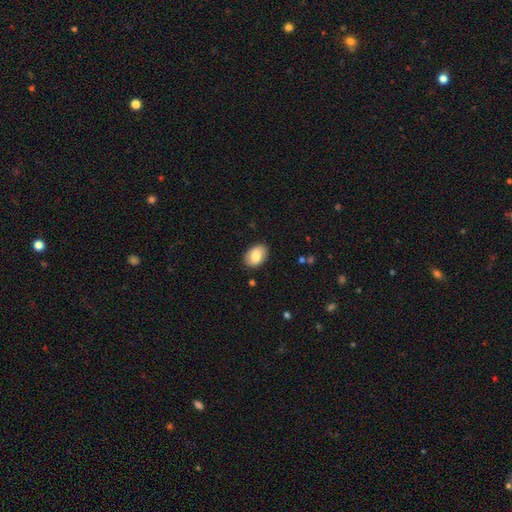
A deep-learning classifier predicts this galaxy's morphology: Smooth or featured: smooth — 78% (featured or disk — 15%)
How rounded: in between — 85% (round — 14%)
Merging: none — 87% (minor disturbance — 10%)